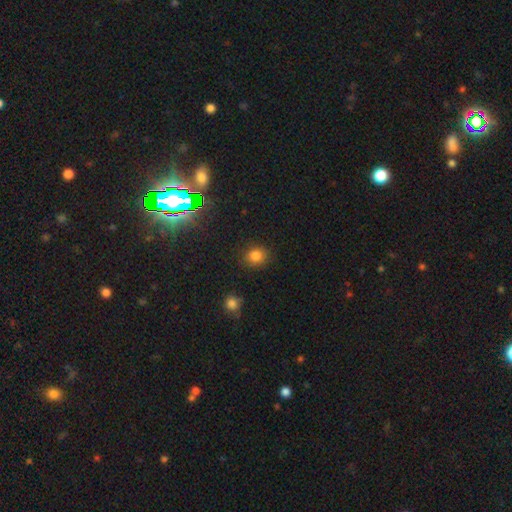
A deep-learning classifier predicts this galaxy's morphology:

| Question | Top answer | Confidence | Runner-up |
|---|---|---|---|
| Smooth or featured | smooth | 81% | star or artifact (14%) |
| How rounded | round | 74% | in between (25%) |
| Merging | none | 86% | minor disturbance (9%) |